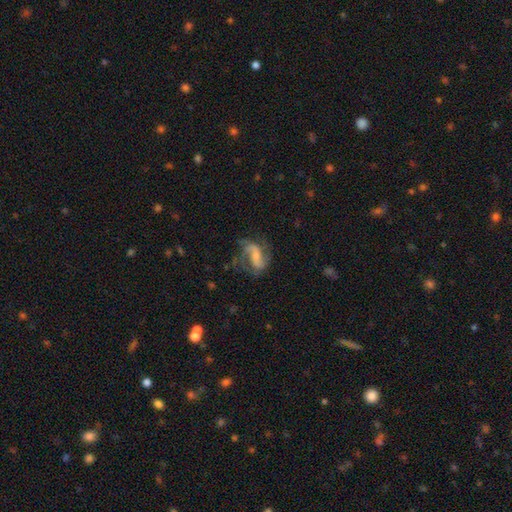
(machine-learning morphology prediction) Smooth or featured?
  - featured or disk: 79% *
  - smooth: 14%
  - star or artifact: 7%
Edge-on disk?
  - no: 97% *
  - yes: 3%
Bar?
  - weak: 43% *
  - no: 34%
  - strong: 22%
Spiral arms?
  - yes: 93% *
  - no: 7%
Spiral winding?
  - medium: 47% *
  - loose: 37%
  - tight: 16%
Spiral arm count?
  - 2: 71% *
  - 3: 11%
  - can't tell: 8%
  - 1: 5%
  - 4: 2%
  - more than 4: 2%
Bulge size?
  - small: 47% *
  - moderate: 35%
  - none: 11%
  - large: 6%
  - dominant: 1%
Merging?
  - none: 54% *
  - major disturbance: 22%
  - minor disturbance: 21%
  - merger: 2%